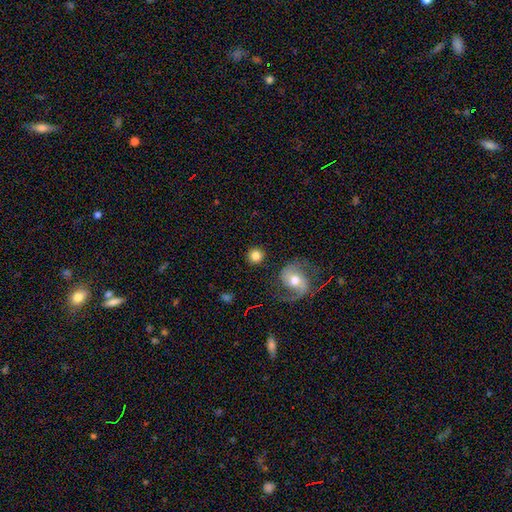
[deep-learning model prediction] A smooth galaxy with no disk features (80%) that is round (93%).

Vote fractions:
- Smooth or featured? smooth: 80% / featured or disk: 12% / star or artifact: 8%
- How rounded? round: 93% / in between: 6% / cigar-shaped: 1%
- Merging? none: 87% / minor disturbance: 7% / merger: 3% / major disturbance: 3%